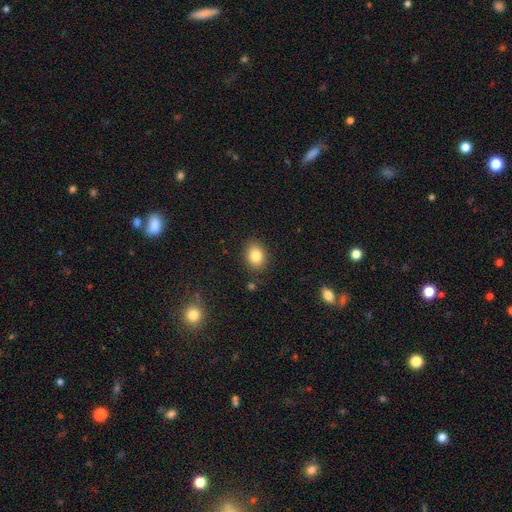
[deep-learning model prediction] smooth-or-featured: smooth: 83% | star or artifact: 10% | featured or disk: 7%
  how-rounded: in between: 54% | round: 45% | cigar-shaped: 1%
  merging: none: 86% | minor disturbance: 9% | major disturbance: 3% | merger: 2%